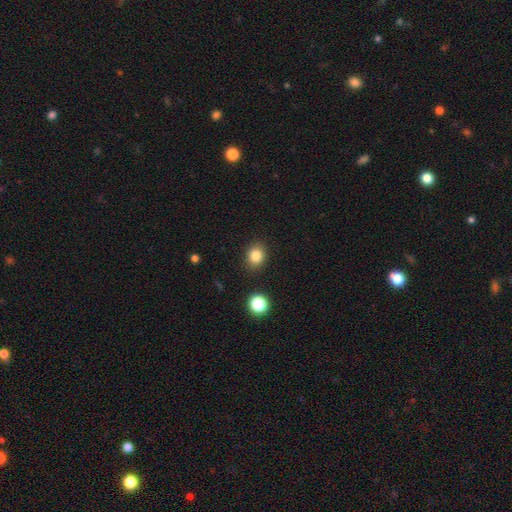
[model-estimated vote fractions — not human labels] smooth-or-featured: smooth: 83% | star or artifact: 11% | featured or disk: 6%
  how-rounded: round: 60% | in between: 39% | cigar-shaped: 1%
  merging: none: 88% | minor disturbance: 8% | major disturbance: 2% | merger: 2%